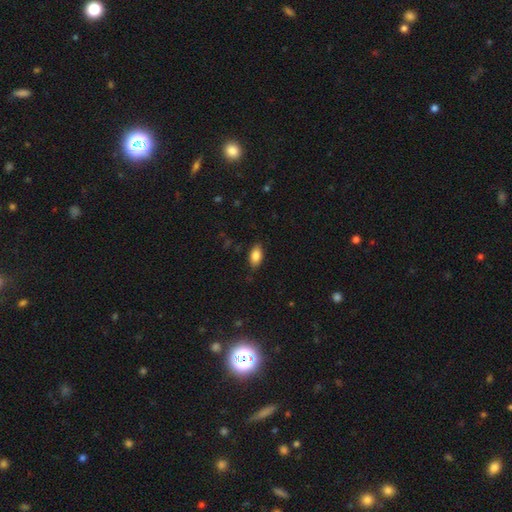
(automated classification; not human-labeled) Morphology: type=smooth (83%); roundness=in between (90%); merging=none (82%).